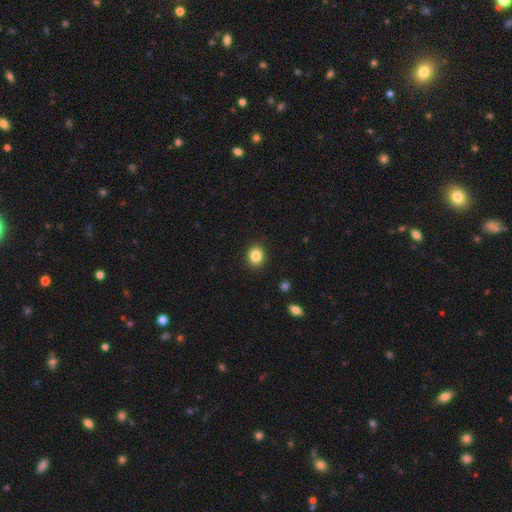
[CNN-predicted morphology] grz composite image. It shows a smooth galaxy with no disk features (85%) that is round (60%). Merging: none (90%).